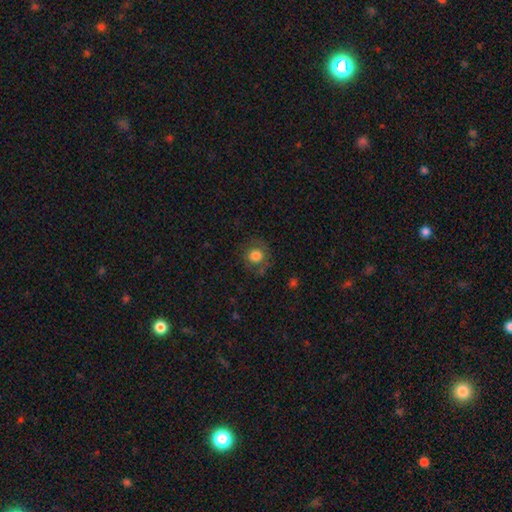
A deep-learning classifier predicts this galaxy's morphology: type=smooth (75%); roundness=round (88%); merging=none (71%).